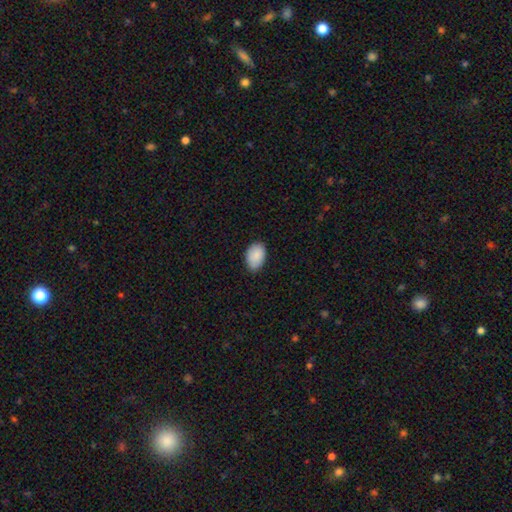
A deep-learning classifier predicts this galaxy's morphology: type=smooth (90%); roundness=in between (91%); merging=none (81%).